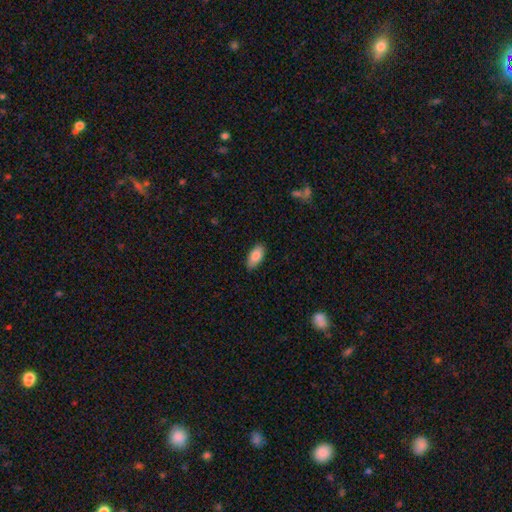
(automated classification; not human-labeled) smooth_or_featured: smooth (p=0.84) [alt: featured or disk p=0.09]
how_rounded: in between (p=0.92) [alt: cigar-shaped p=0.06]
merging: none (p=0.86) [alt: minor disturbance p=0.11]